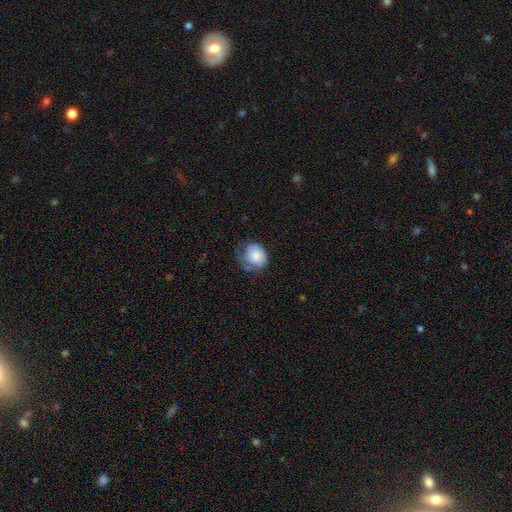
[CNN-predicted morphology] Overall: smooth (69%). How rounded: round (66%; in between 33%). Merging: none (41%; minor disturbance 35%).